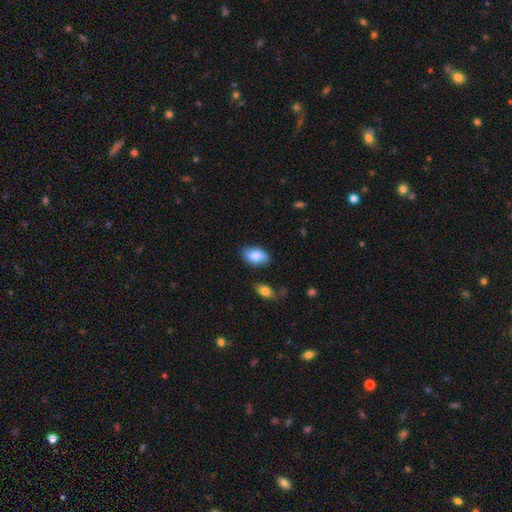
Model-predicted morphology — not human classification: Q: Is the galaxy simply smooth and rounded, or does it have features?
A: smooth — 85%.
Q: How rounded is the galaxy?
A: in between — 93%.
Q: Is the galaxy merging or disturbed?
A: none — 80%.